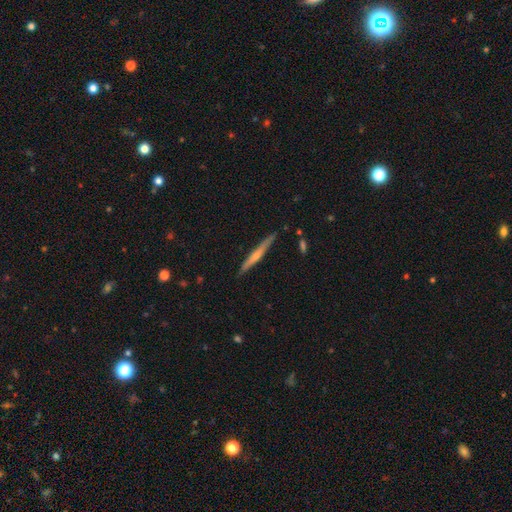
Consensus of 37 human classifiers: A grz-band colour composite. It shows a featured or disk galaxy (76%) viewed edge-on (100%) with a rounded central bulge (71%). Merging: none (89%).